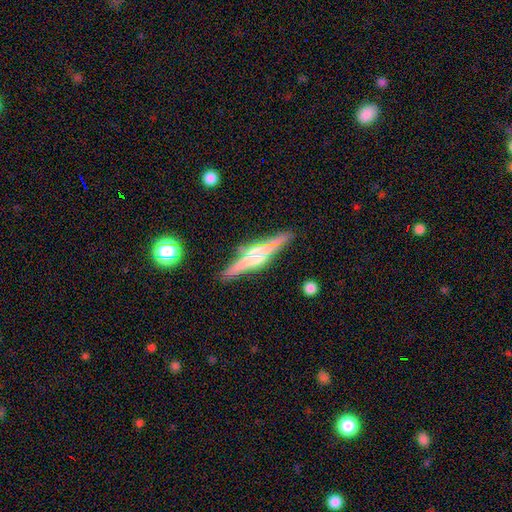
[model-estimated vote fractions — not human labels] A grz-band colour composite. It shows a featured or disk galaxy (64%) viewed edge-on (95%) with a rounded central bulge (65%). Merging: none (87%).